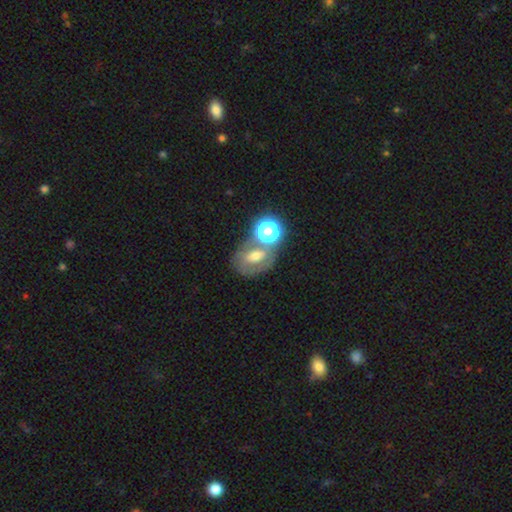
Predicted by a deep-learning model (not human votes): smooth-or-featured: smooth: 46% | featured or disk: 37% | star or artifact: 17%
  merging: none: 45% | merger: 31% | minor disturbance: 14% | major disturbance: 10%